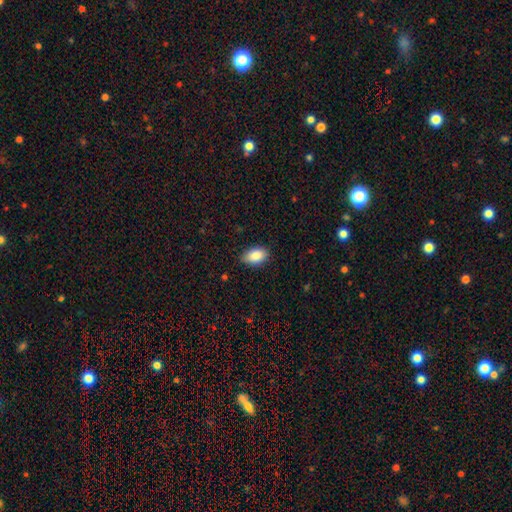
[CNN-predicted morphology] The model was most divided on "merging": none: 82%, minor disturbance: 15%, major disturbance: 2%, merger: 1%. More confident: how rounded — in between (90%); smooth or featured — smooth (88%).